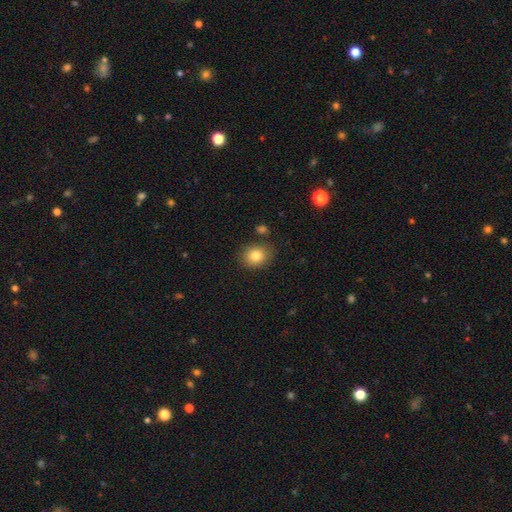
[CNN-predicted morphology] type=smooth (82%); roundness=round (59%); merging=none (80%).